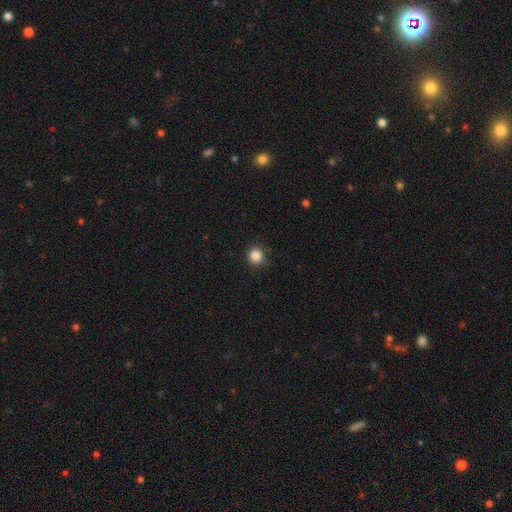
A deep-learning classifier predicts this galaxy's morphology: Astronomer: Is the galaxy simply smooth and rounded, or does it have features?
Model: smooth — 86%.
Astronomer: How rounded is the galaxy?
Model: round — 85%.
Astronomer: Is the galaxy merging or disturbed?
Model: none — 84%.